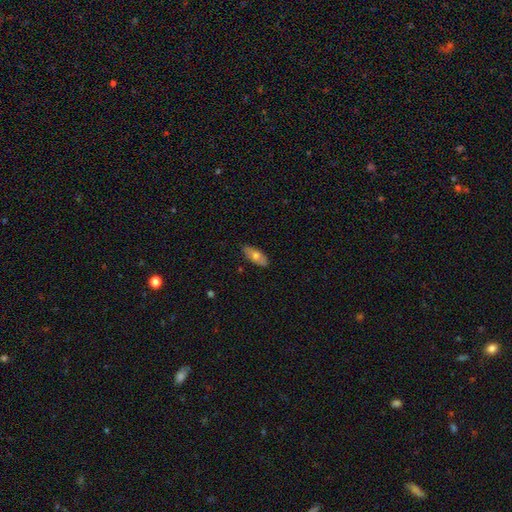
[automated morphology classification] A smooth galaxy with no disk features (64%) that is in between round and cigar-shaped (81%).

Vote fractions:
- Smooth or featured? smooth: 64% / featured or disk: 30% / star or artifact: 6%
- How rounded? in between: 81% / cigar-shaped: 16% / round: 3%
- Merging? none: 85% / minor disturbance: 12% / major disturbance: 2% / merger: 1%